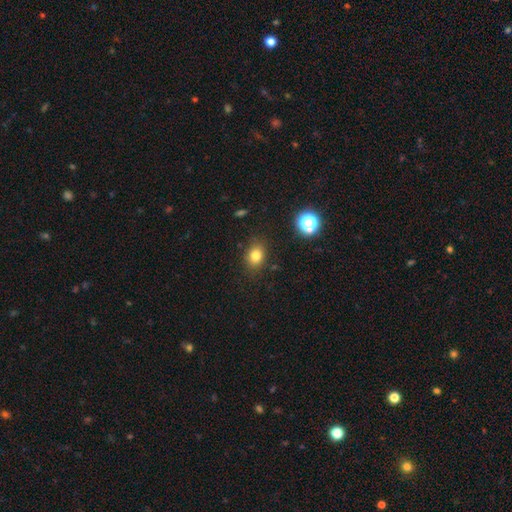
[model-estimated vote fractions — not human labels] Smooth or featured? smooth (79%)
How rounded? in between (56%)
Merging? none (83%)